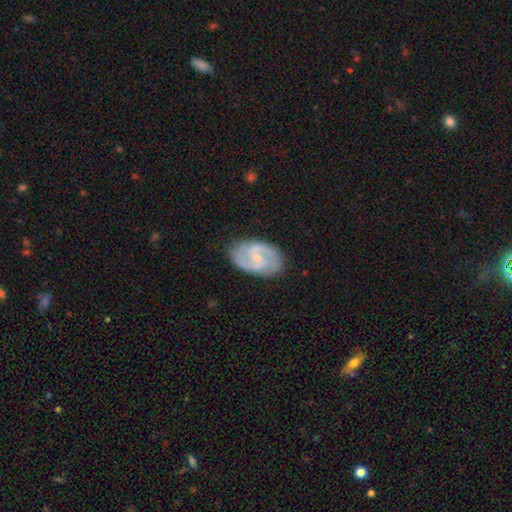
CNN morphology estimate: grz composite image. It shows a featured or disk galaxy (83%) with a weak bar (51%), 2 (87%) medium (54%) spiral arms (94%) and a small central bulge (69%). Merging: none (81%).